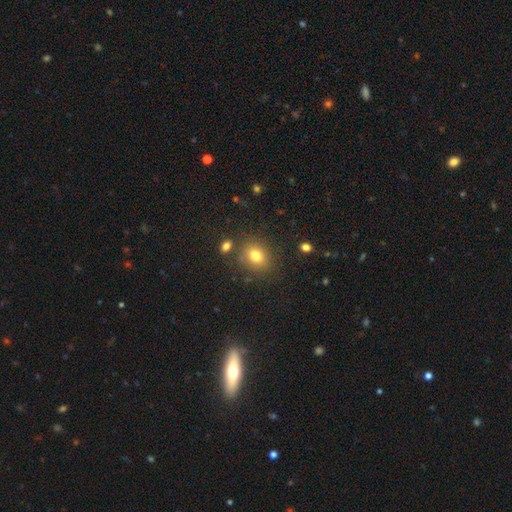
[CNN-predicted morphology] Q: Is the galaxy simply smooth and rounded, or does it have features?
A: smooth — 79%.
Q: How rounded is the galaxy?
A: round — 55%.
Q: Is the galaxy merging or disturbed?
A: none — 80%.